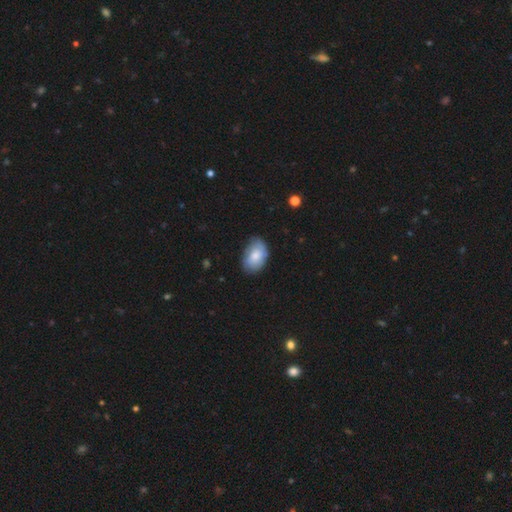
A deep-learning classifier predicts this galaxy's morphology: Q: Smooth or featured?
A: smooth (75%); runner-up: featured or disk (19%)
Q: How rounded?
A: in between (87%); runner-up: round (12%)
Q: Merging?
A: none (68%); runner-up: minor disturbance (26%)